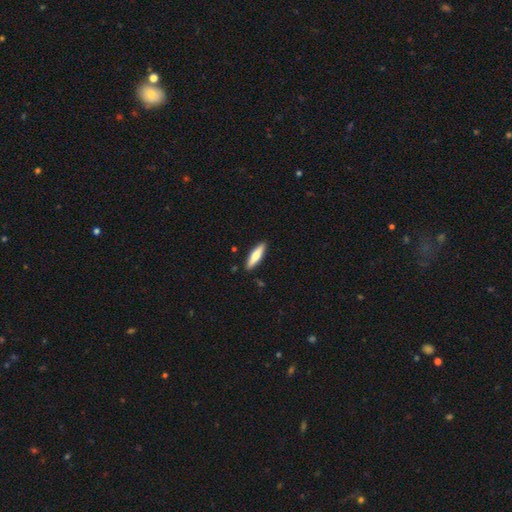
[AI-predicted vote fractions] Q: Smooth or featured?
A: smooth (65%); runner-up: featured or disk (30%)
Q: How rounded?
A: cigar-shaped (73%); runner-up: in between (25%)
Q: Merging?
A: none (90%); runner-up: minor disturbance (8%)